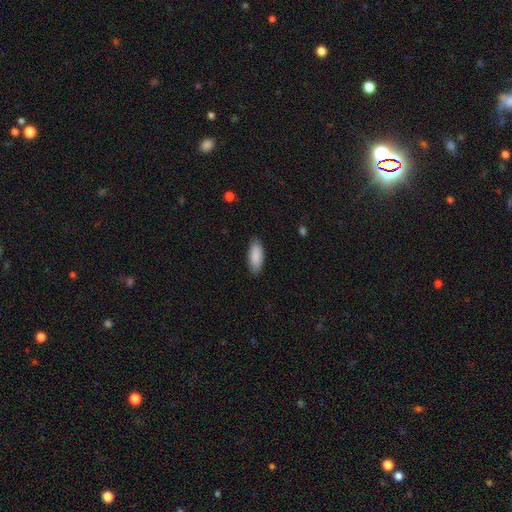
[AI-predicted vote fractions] Overall: smooth (89%). How rounded: in between (82%). Merging: none (87%).